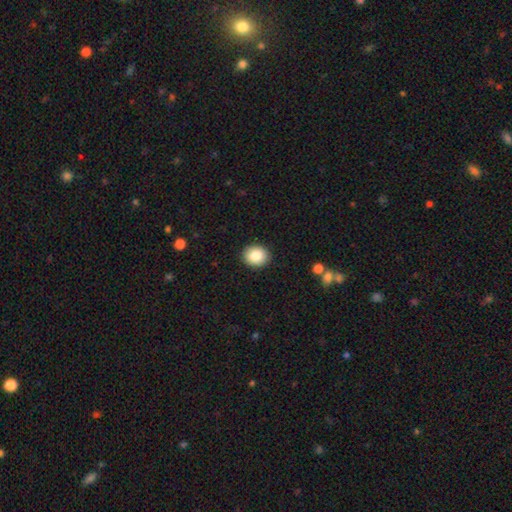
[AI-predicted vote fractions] Smooth or featured? smooth (86%)
How rounded? round (69%)
Merging? none (91%)